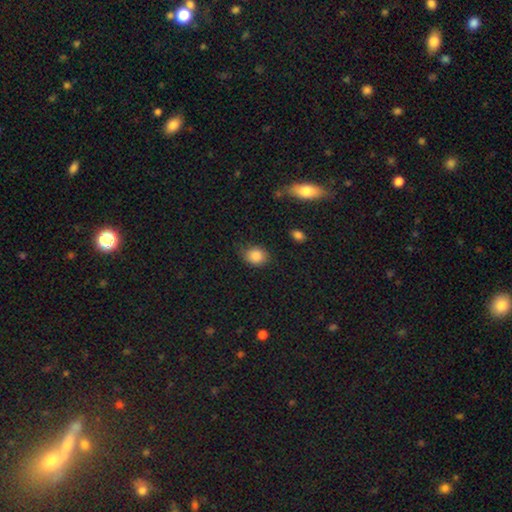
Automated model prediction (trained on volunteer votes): Smooth or featured?
  - smooth: 86% *
  - star or artifact: 9%
  - featured or disk: 4%
How rounded?
  - round: 61% *
  - in between: 37%
  - cigar-shaped: 1%
Merging?
  - none: 73% *
  - minor disturbance: 21%
  - major disturbance: 5%
  - merger: 2%